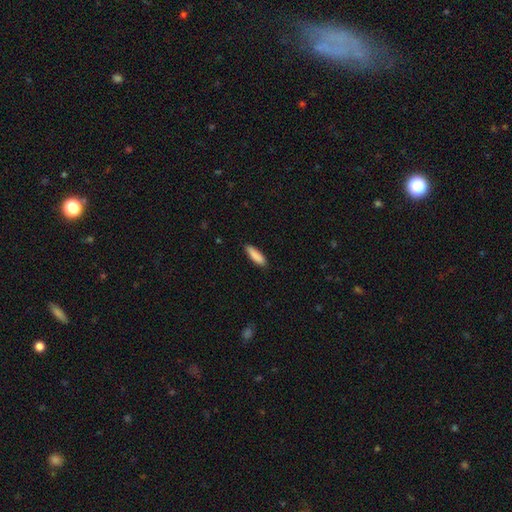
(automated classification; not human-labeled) A smooth galaxy with no disk features (89%) that is cigar-shaped (61%).

Vote fractions:
- Smooth or featured? smooth: 89% / star or artifact: 6% / featured or disk: 5%
- How rounded? cigar-shaped: 61% / in between: 37% / round: 1%
- Merging? none: 87% / minor disturbance: 10% / major disturbance: 2% / merger: 1%